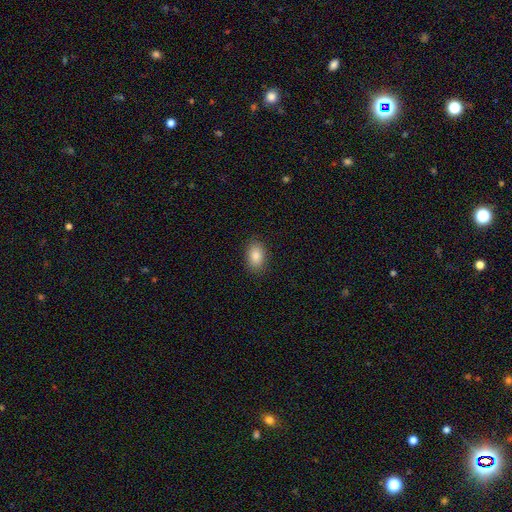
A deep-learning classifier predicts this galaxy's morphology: Overall: smooth (86%). How rounded: in between (88%). Merging: none (89%).